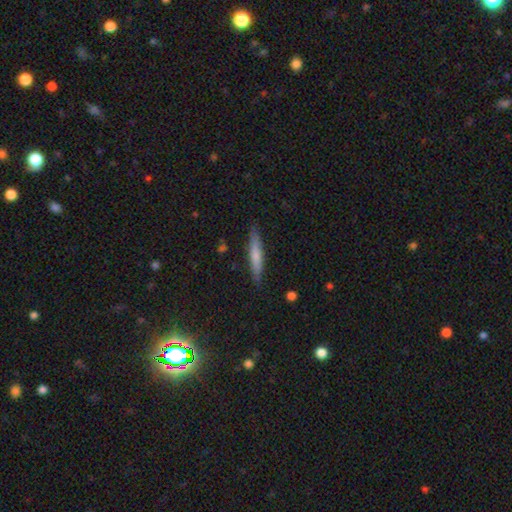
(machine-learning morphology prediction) The model was most divided on "smooth or featured": smooth: 64%, featured or disk: 30%, star or artifact: 6%. More confident: how rounded — cigar-shaped (91%); merging — none (87%).